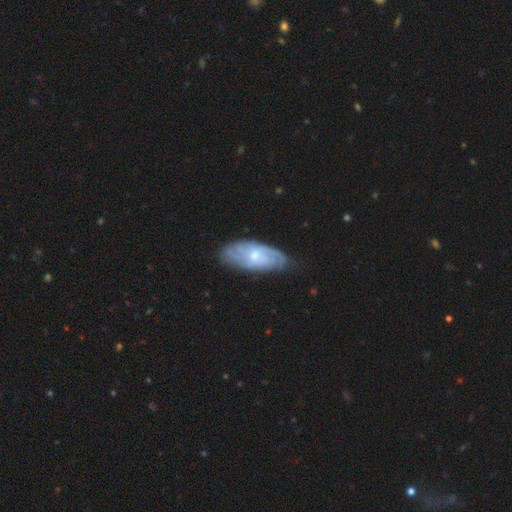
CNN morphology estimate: Q: Smooth or featured?
A: featured or disk (68%); runner-up: smooth (26%)
Q: Edge-on disk?
A: no (89%); runner-up: yes (11%)
Q: Bar?
A: no (69%); runner-up: weak (27%)
Q: Spiral arms?
A: yes (88%); runner-up: no (12%)
Q: Spiral winding?
A: tight (58%); runner-up: medium (32%)
Q: Spiral arm count?
A: can't tell (51%); runner-up: 2 (21%)
Q: Bulge size?
A: small (49%); runner-up: moderate (46%)
Q: Merging?
A: none (75%); runner-up: minor disturbance (19%)